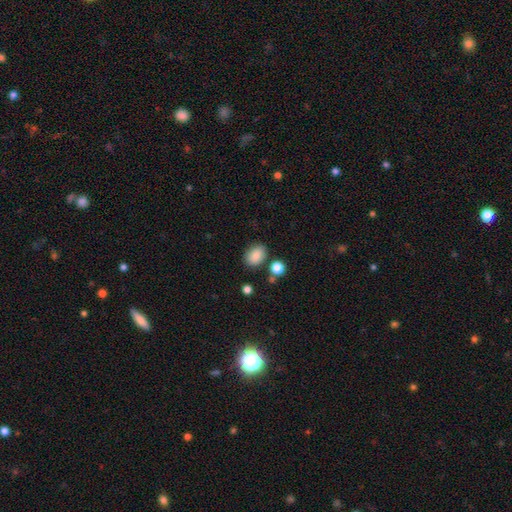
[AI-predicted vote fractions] A smooth galaxy with no disk features (86%) that is in between round and cigar-shaped (76%). Merging: none (76%).